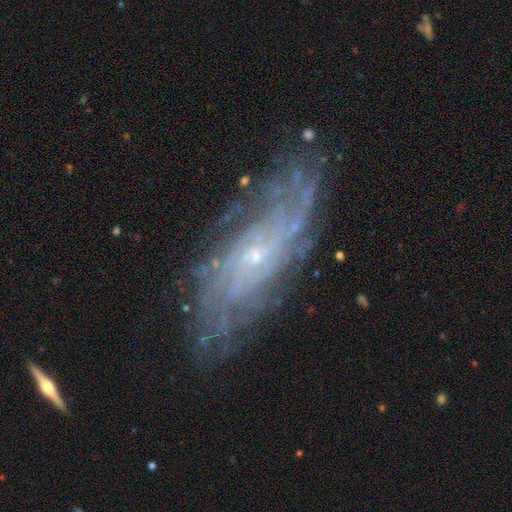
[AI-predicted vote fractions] Morphology: type=featured or disk (83%); edge-on=no (88%); bar=no (72%); spiral arms=yes (93%); winding=tight (63%); arm count=can't tell (47%); bulge=small (81%); merging=none (77%).